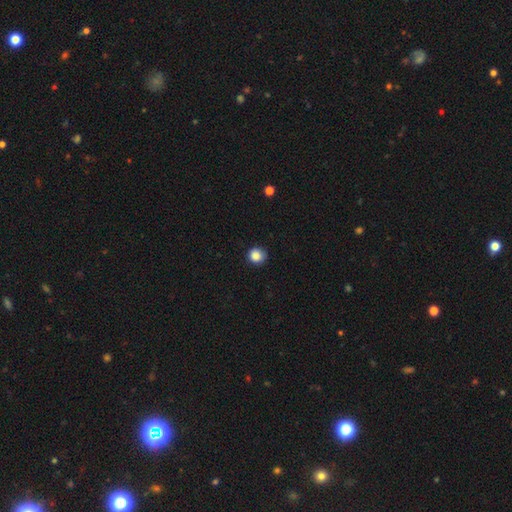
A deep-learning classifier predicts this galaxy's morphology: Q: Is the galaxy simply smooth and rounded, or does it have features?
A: smooth — 86%.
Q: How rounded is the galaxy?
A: round — 91%.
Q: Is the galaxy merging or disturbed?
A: none — 83%.